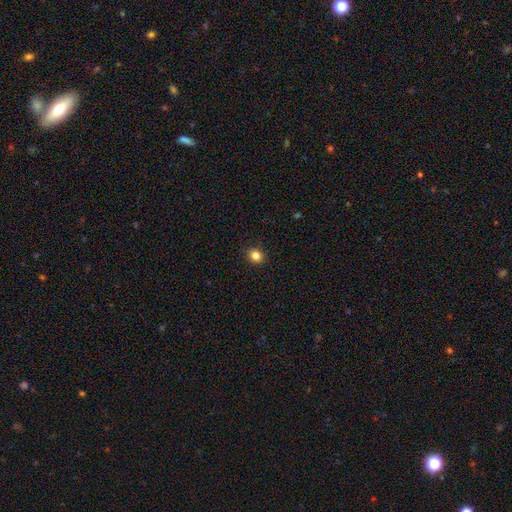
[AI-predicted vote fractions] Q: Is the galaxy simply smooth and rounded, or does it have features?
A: smooth — 83%.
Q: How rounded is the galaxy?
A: round — 81%.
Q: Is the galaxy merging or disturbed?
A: none — 92%.